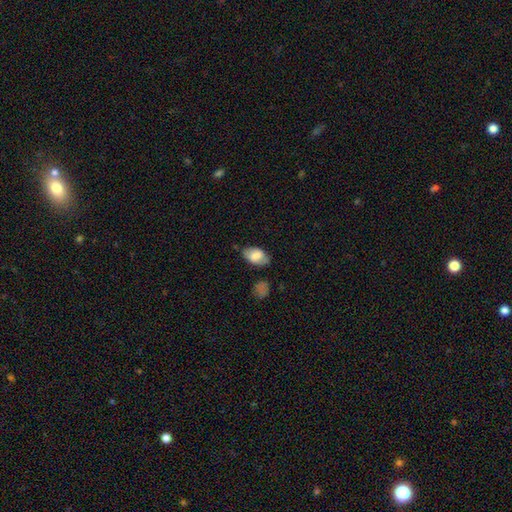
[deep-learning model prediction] Smooth or featured? Predicted: smooth (p=0.75). How rounded? Predicted: in between (p=0.92). Merging? Predicted: none (p=0.67).